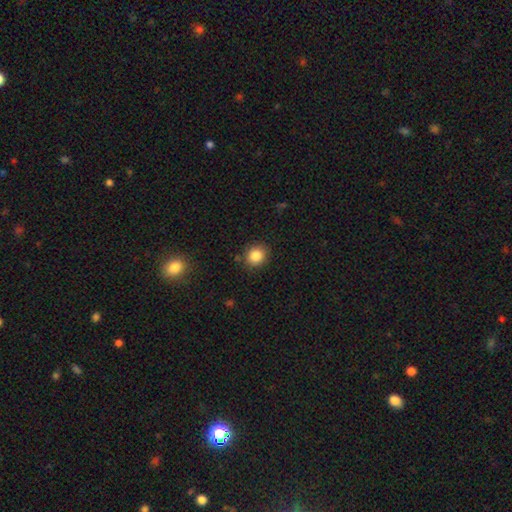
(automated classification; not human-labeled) Smooth or featured?
  - smooth: 84% *
  - star or artifact: 10%
  - featured or disk: 5%
How rounded?
  - round: 81% *
  - in between: 18%
  - cigar-shaped: 1%
Merging?
  - none: 87% *
  - minor disturbance: 9%
  - major disturbance: 2%
  - merger: 2%